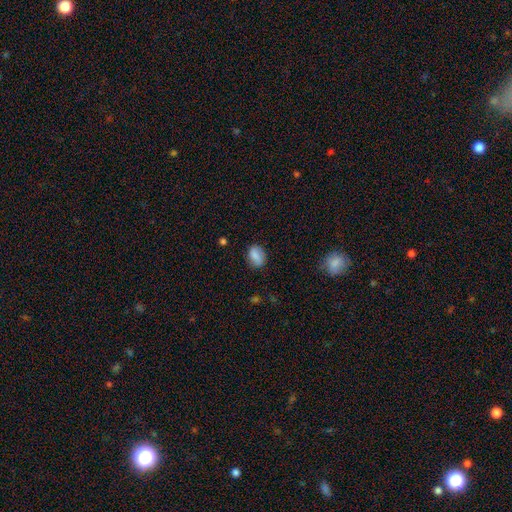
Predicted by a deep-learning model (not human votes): A smooth galaxy with no disk features (78%) that is in between round and cigar-shaped (69%).

Vote fractions:
- Smooth or featured? smooth: 78% / featured or disk: 14% / star or artifact: 9%
- How rounded? in between: 69% / round: 29% / cigar-shaped: 2%
- Merging? none: 80% / minor disturbance: 15% / major disturbance: 4% / merger: 2%